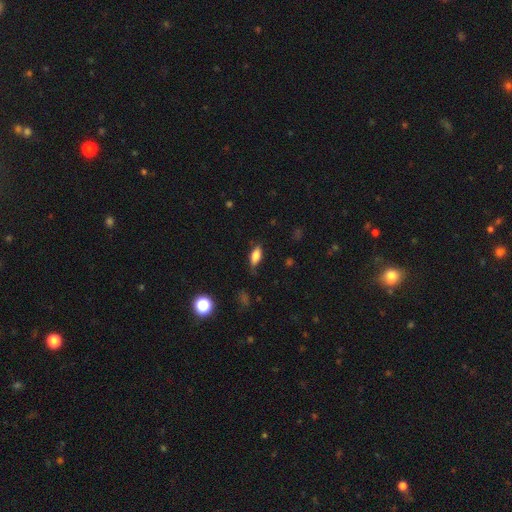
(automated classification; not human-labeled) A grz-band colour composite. It shows a smooth galaxy with no disk features (74%) that is in between round and cigar-shaped (78%). Merging: none (69%).